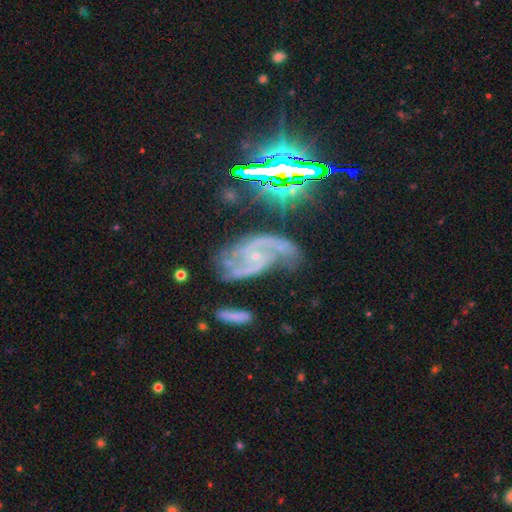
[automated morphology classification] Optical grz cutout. It shows a featured or disk galaxy (83%) with no bar (60%), 2 (66%) medium (47%) spiral arms (96%) and a small central bulge (81%). Merging: none (47%).